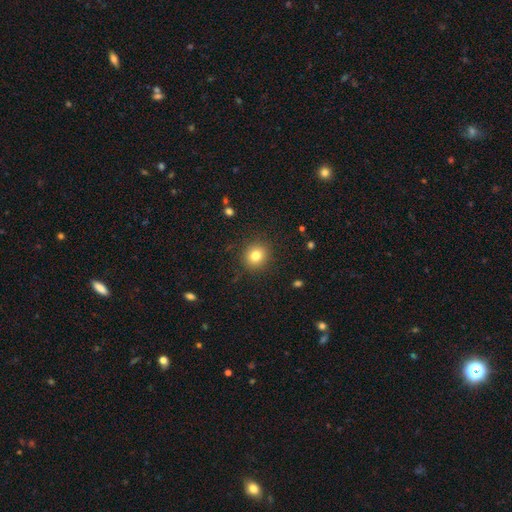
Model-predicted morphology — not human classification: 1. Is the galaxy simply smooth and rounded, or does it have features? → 80% smooth, 12% star or artifact, 8% featured or disk.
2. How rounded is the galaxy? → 86% round, 13% in between, 1% cigar-shaped.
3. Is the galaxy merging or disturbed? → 90% none, 7% minor disturbance, 2% major disturbance, 1% merger.